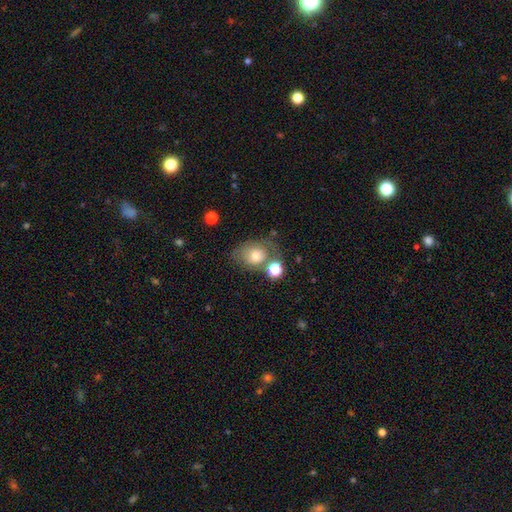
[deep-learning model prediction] Smooth or featured? Predicted: smooth (p=0.66). How rounded? Predicted: round (p=0.50). Merging? Predicted: none (p=0.49).